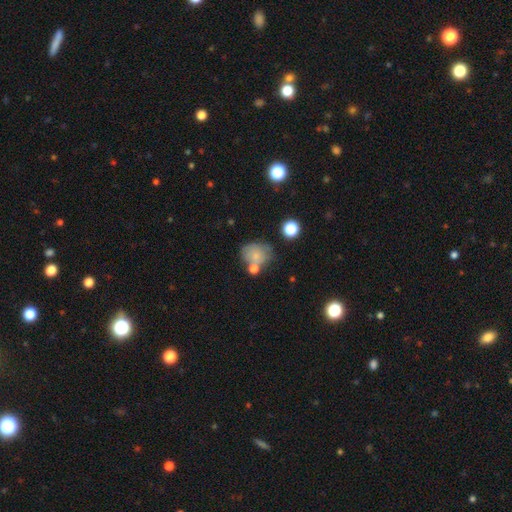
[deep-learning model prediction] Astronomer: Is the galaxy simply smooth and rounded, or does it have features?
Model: smooth — 69%.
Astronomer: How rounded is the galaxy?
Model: round — 62% (runner-up: in between, 37%).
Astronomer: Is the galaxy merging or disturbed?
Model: none — 47% (runner-up: minor disturbance, 22%).